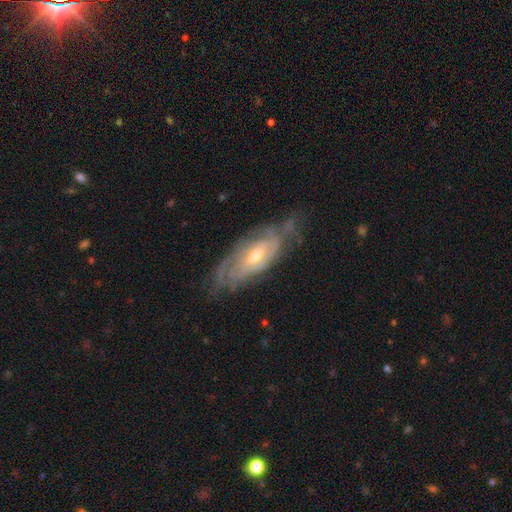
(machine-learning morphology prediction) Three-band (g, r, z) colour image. It shows a featured or disk galaxy (83%) with a weak bar (45%), tight (66%) spiral arms (89%) and a moderate central bulge (61%). Merging: none (63%).